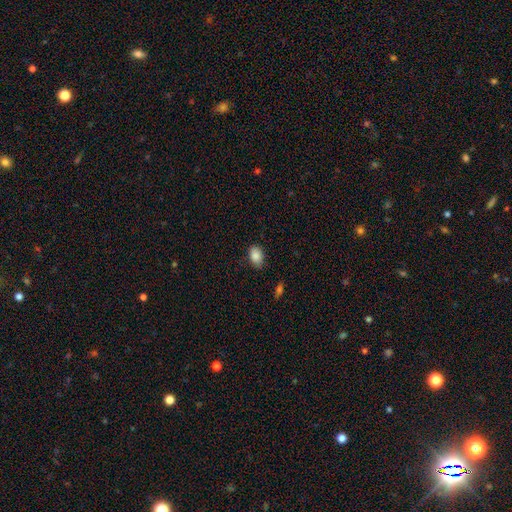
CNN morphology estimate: Smooth or featured? Predicted: smooth (p=0.88). How rounded? Predicted: in between (p=0.83). Merging? Predicted: none (p=0.80).